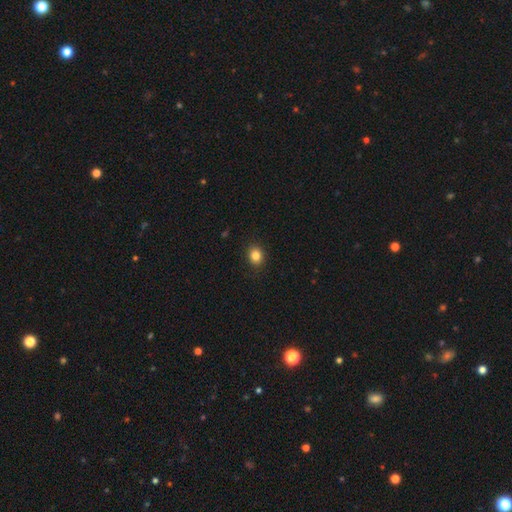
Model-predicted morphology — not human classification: This appears to be a smooth galaxy with no disk features (84%) that is round (61%). Merging: none (88%).